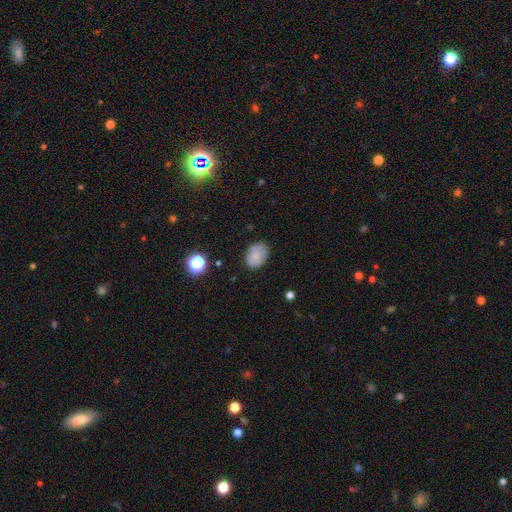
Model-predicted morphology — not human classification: smooth_or_featured: smooth (p=0.74) [alt: featured or disk p=0.16]
how_rounded: in between (p=0.78) [alt: round p=0.21]
merging: none (p=0.76) [alt: minor disturbance p=0.18]